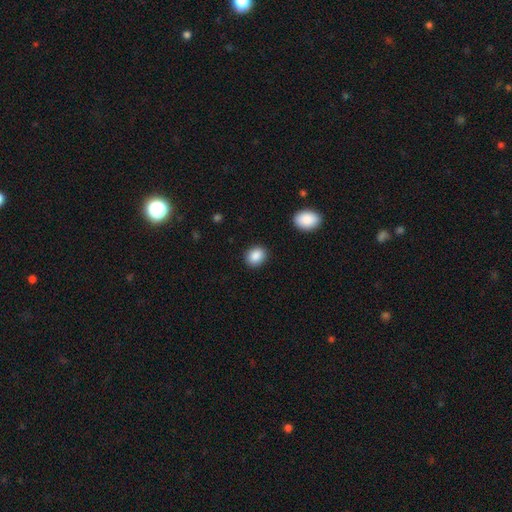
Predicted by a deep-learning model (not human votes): The model was most divided on "how rounded": round: 52%, in between: 47%, cigar-shaped: 1%. More confident: merging — none (89%); smooth or featured — smooth (88%).